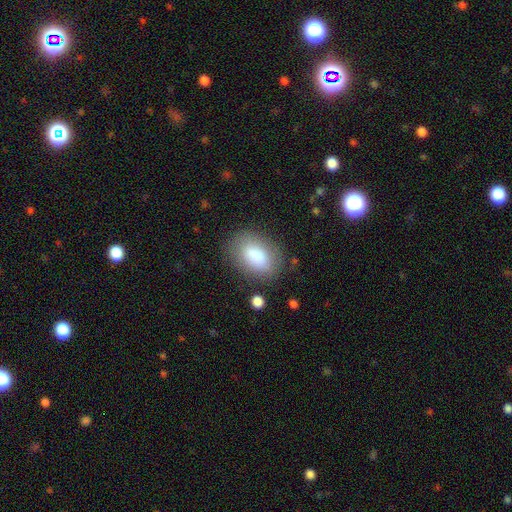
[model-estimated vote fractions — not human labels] This appears to be a smooth galaxy with no disk features (83%) that is in between round and cigar-shaped (84%). Merging: none (76%).